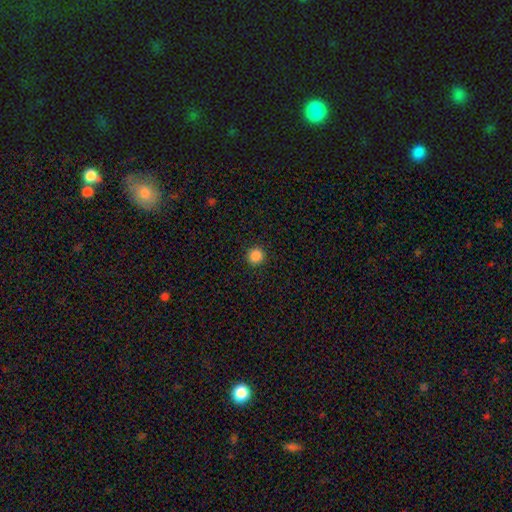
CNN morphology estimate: Smooth or featured: smooth — 87% (star or artifact — 10%)
How rounded: round — 94% (in between — 5%)
Merging: none — 92% (minor disturbance — 5%)